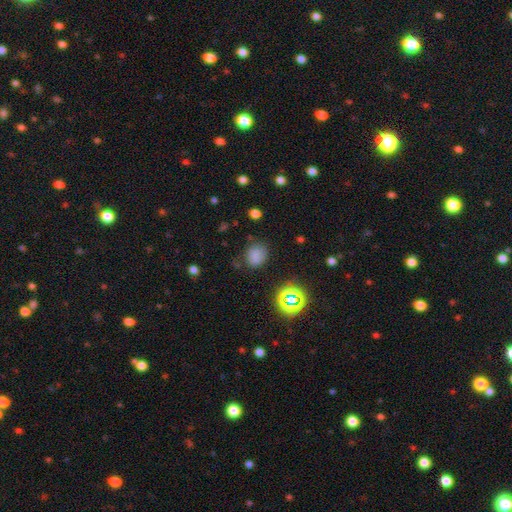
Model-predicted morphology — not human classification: This appears to be a smooth galaxy with no disk features (73%) that is round (51%). Merging: none (70%).